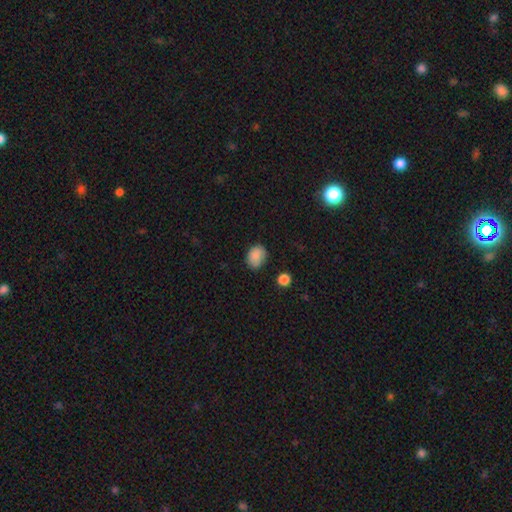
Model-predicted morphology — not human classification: Q: Smooth or featured?
A: smooth (87%); runner-up: star or artifact (9%)
Q: How rounded?
A: in between (62%); runner-up: round (37%)
Q: Merging?
A: none (74%); runner-up: minor disturbance (20%)